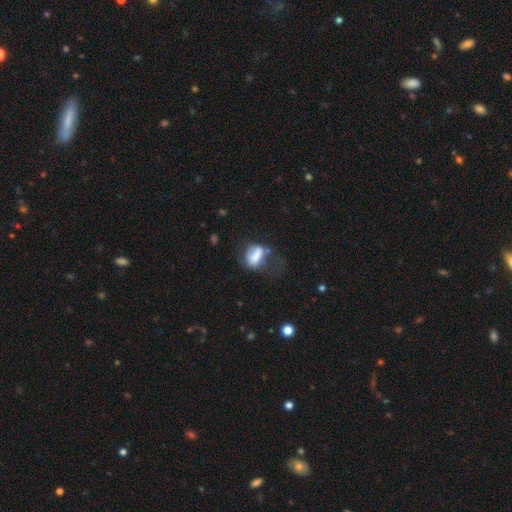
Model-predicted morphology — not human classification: A smooth galaxy with no disk features (66%) that is in between round and cigar-shaped (75%).

Vote fractions:
- Smooth or featured? smooth: 66% / featured or disk: 24% / star or artifact: 10%
- How rounded? in between: 75% / round: 18% / cigar-shaped: 7%
- Merging? major disturbance: 42% / none: 26% / minor disturbance: 24% / merger: 8%